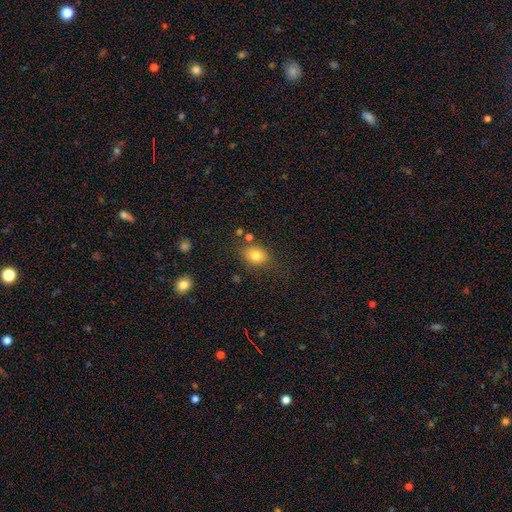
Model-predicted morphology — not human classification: This is likely a smooth galaxy (79%). How rounded: possibly in between (58%). Merging: likely none (73%).